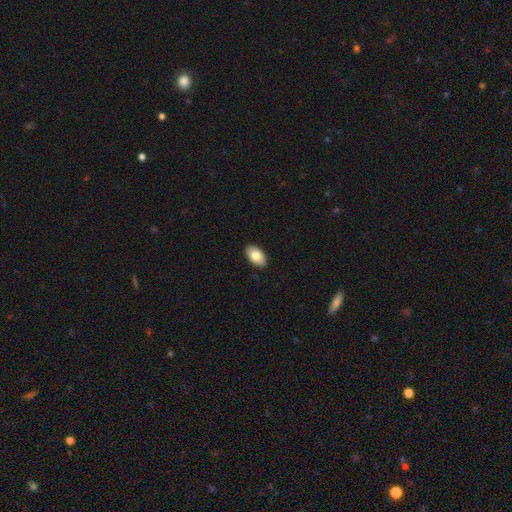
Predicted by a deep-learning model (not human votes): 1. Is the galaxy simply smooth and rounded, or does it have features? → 81% smooth, 13% featured or disk, 6% star or artifact.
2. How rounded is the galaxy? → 95% in between, 4% round, 1% cigar-shaped.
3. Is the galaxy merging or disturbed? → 90% none, 7% minor disturbance, 2% major disturbance, 1% merger.